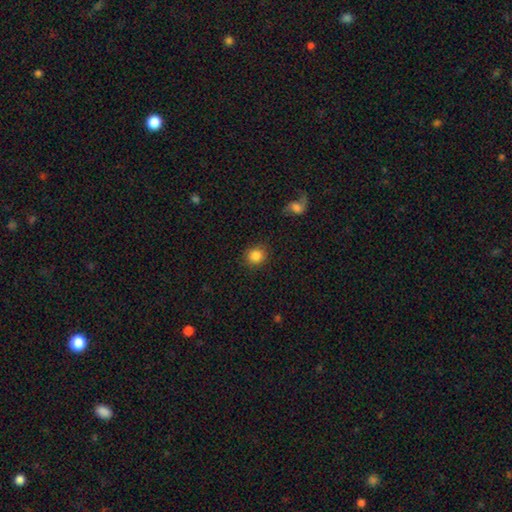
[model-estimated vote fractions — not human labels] Smooth or featured?
  - smooth: 86% *
  - star or artifact: 9%
  - featured or disk: 5%
How rounded?
  - round: 84% *
  - in between: 15%
  - cigar-shaped: 1%
Merging?
  - none: 88% *
  - minor disturbance: 7%
  - major disturbance: 3%
  - merger: 2%